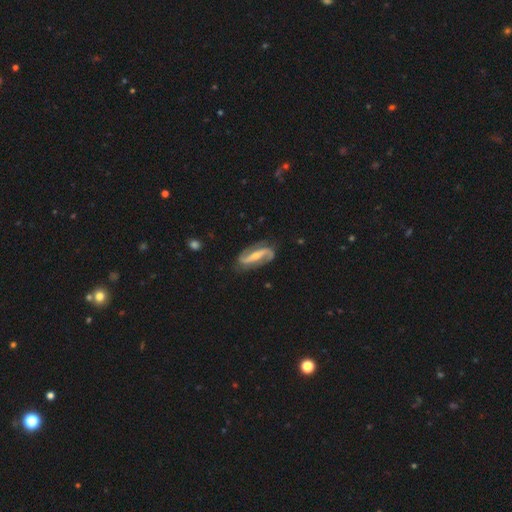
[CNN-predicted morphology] Q: Smooth or featured?
A: featured or disk (90%); runner-up: smooth (6%)
Q: Edge-on disk?
A: no (94%); runner-up: yes (6%)
Q: Bar?
A: strong (63%); runner-up: weak (21%)
Q: Spiral arms?
A: yes (96%); runner-up: no (4%)
Q: Spiral winding?
A: loose (41%); runner-up: medium (40%)
Q: Spiral arm count?
A: 2 (93%); runner-up: can't tell (2%)
Q: Bulge size?
A: small (49%); runner-up: moderate (47%)
Q: Merging?
A: none (81%); runner-up: minor disturbance (13%)